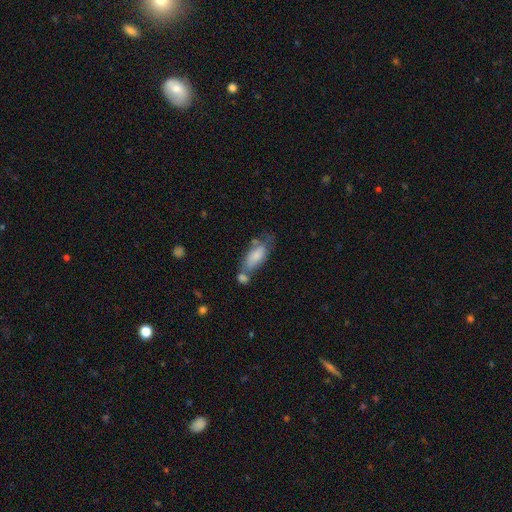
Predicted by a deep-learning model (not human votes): Morphology: type=smooth (75%); roundness=in between (82%); merging=none (34%).